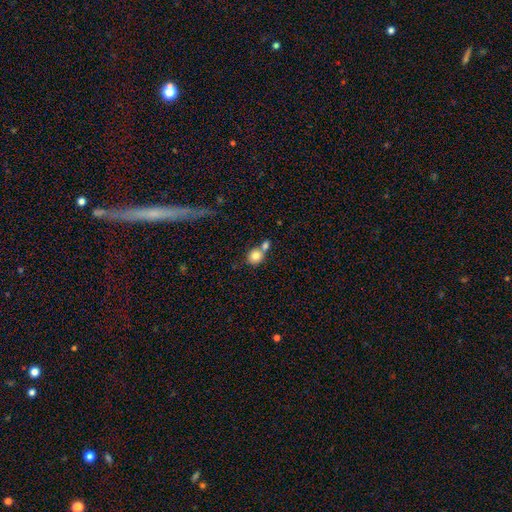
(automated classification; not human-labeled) This is clearly a smooth galaxy (81%). How rounded: clearly round (82%). Merging: possibly none (46%).